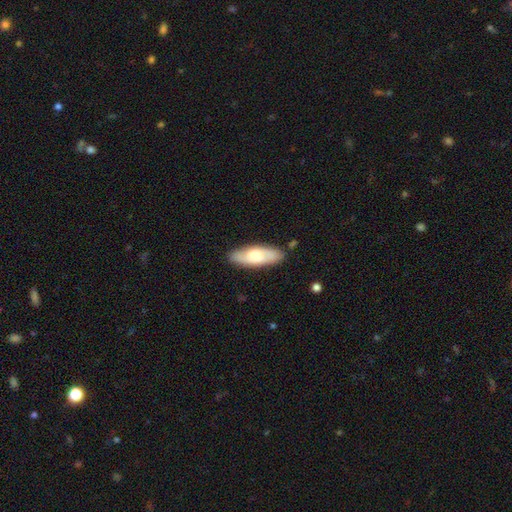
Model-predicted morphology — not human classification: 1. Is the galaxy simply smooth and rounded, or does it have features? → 61% smooth, 33% featured or disk, 5% star or artifact.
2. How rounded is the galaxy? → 66% in between, 32% cigar-shaped, 2% round.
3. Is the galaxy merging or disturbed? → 85% none, 11% minor disturbance, 2% major disturbance, 2% merger.